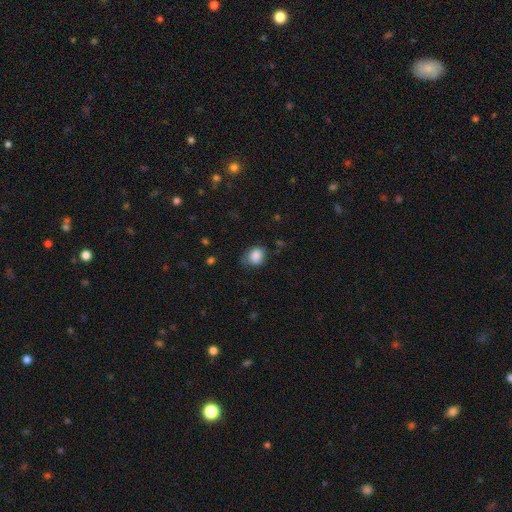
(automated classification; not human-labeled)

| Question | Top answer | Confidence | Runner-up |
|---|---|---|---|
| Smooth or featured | smooth | 85% | star or artifact (8%) |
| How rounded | round | 61% | in between (38%) |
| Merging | none | 55% | minor disturbance (32%) |